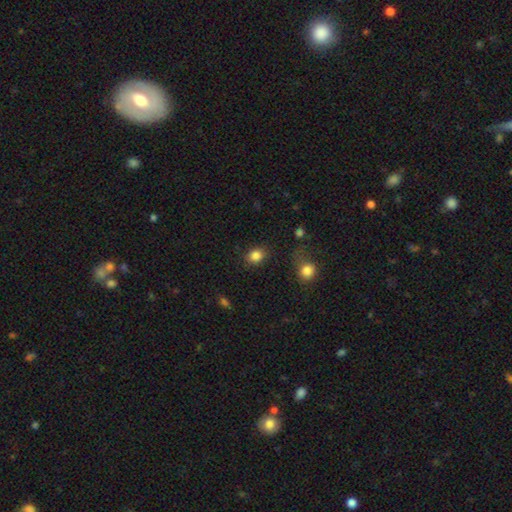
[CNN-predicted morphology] A smooth galaxy with no disk features (85%) that is round (59%). Merging: none (83%).